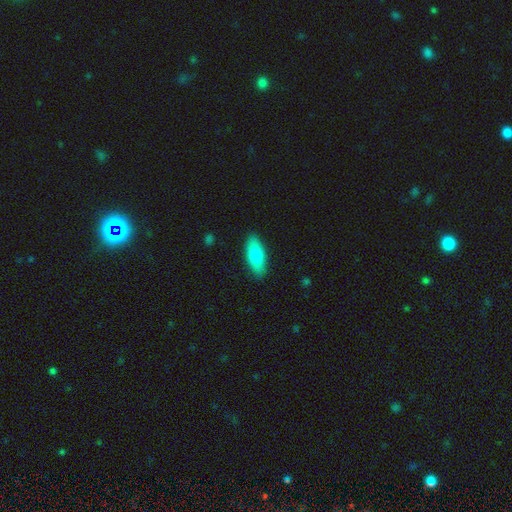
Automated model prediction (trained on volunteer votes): The model was most divided on "smooth or featured": smooth: 73%, featured or disk: 21%, star or artifact: 6%. More confident: merging — none (88%); how rounded — in between (76%).